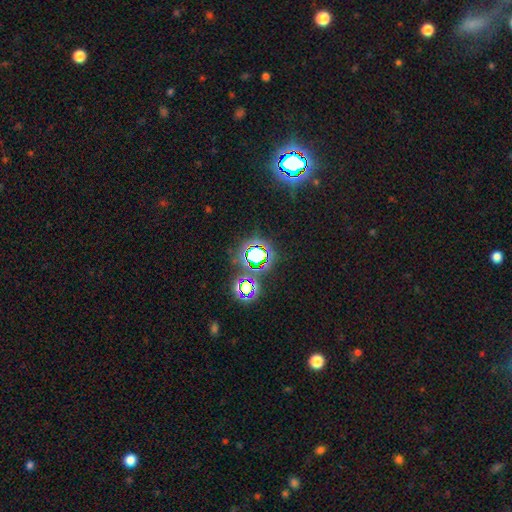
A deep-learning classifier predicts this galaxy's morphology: Smooth or featured? star or artifact (70%)